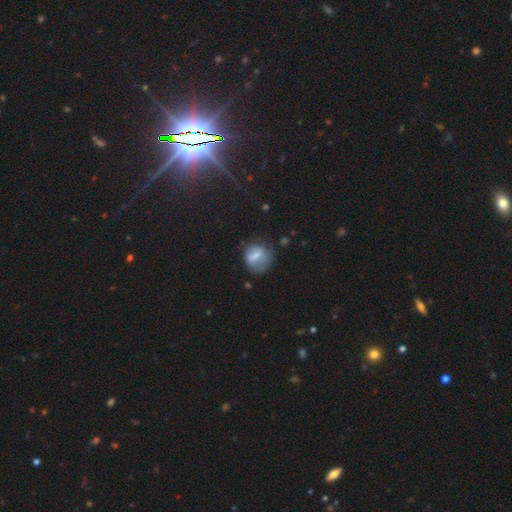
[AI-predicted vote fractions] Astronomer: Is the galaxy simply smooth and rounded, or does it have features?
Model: smooth — 61%.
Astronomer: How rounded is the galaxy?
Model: round — 64%.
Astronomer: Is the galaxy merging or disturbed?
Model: none — 55%.